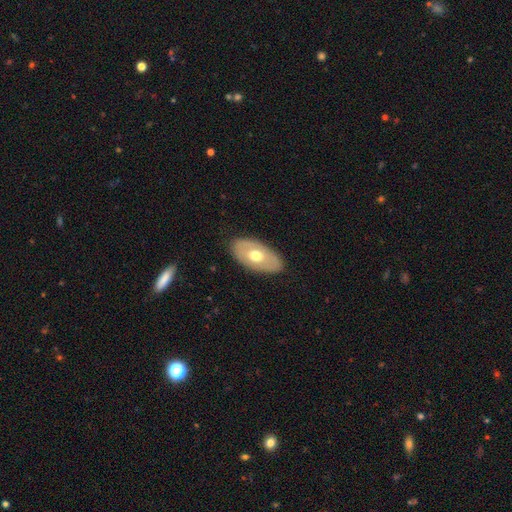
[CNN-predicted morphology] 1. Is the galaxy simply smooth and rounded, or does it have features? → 51% smooth, 44% featured or disk, 5% star or artifact.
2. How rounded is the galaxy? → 92% in between, 6% round, 2% cigar-shaped.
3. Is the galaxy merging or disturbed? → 84% none, 12% minor disturbance, 3% major disturbance, 1% merger.